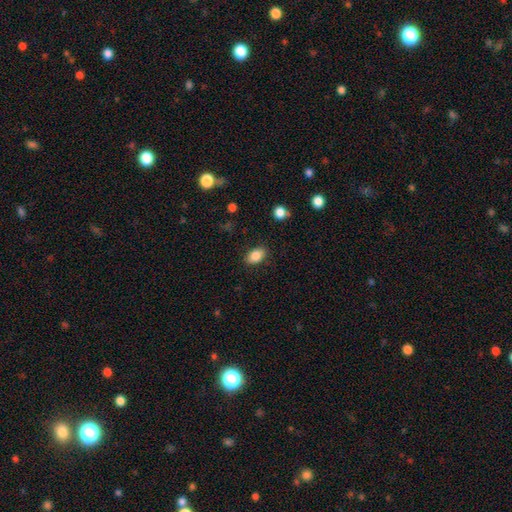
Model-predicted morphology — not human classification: type=smooth (85%); roundness=in between (88%); merging=none (86%).